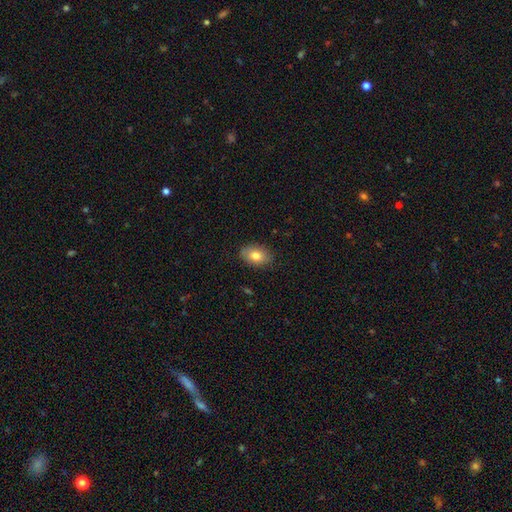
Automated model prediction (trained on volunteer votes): Smooth or featured: smooth — 79% (featured or disk — 13%)
How rounded: in between — 83% (round — 15%)
Merging: none — 86% (minor disturbance — 11%)